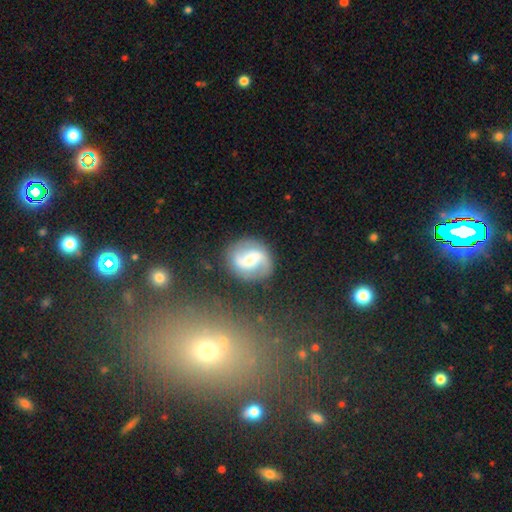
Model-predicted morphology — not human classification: The model was most divided on "spiral winding": medium: 42%, loose: 39%, tight: 19%. Remaining: edge-on disk — no (97%); spiral arms — yes (89%); spiral arm count — 2 (89%); merging — none (80%); smooth or featured — featured or disk (75%); bulge size — moderate (50%); bar — weak (39%).